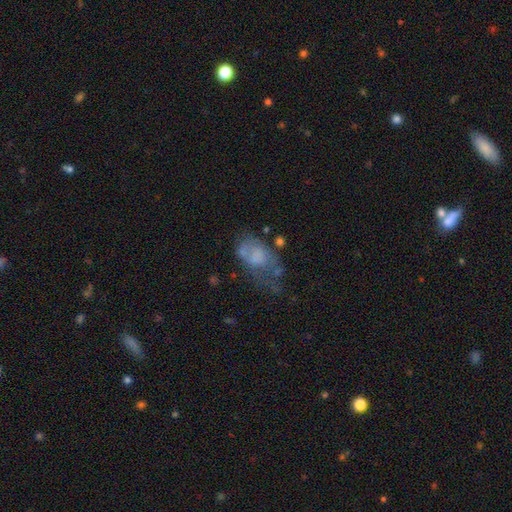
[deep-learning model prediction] Smooth or featured? smooth (50%)
How rounded? in between (85%)
Merging? major disturbance (38%)